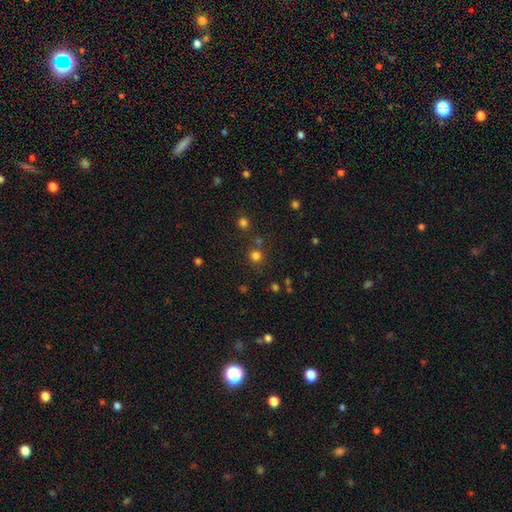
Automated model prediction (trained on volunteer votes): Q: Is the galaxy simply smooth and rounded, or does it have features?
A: smooth — 75%.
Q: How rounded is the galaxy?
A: round — 92%.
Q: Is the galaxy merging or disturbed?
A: none — 76%.